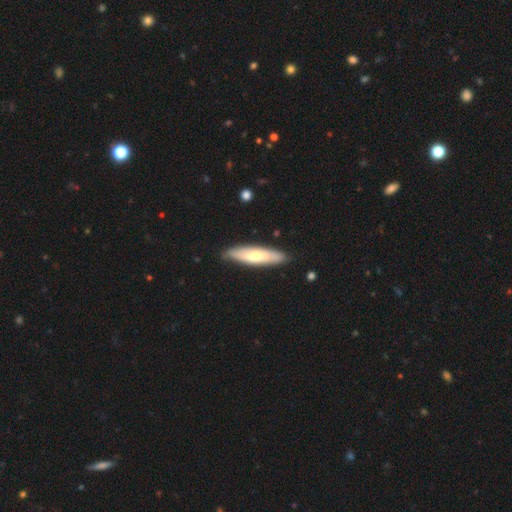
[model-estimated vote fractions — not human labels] Smooth or featured?
  - smooth: 57% *
  - featured or disk: 38%
  - star or artifact: 5%
How rounded?
  - cigar-shaped: 69% *
  - in between: 29%
  - round: 2%
Merging?
  - none: 85% *
  - minor disturbance: 12%
  - major disturbance: 2%
  - merger: 1%